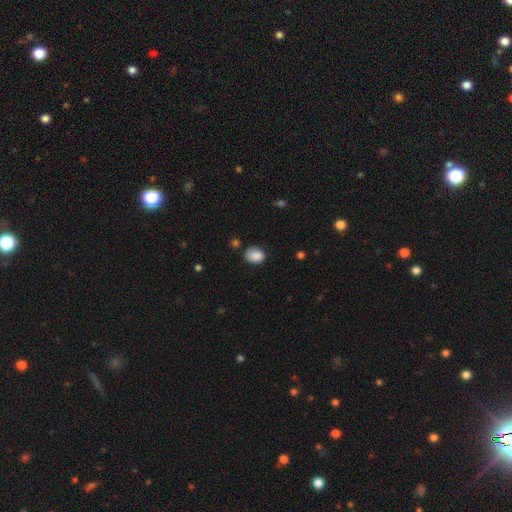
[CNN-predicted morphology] Smooth or featured? Predicted: smooth (p=0.85). How rounded? Predicted: in between (p=0.61). Merging? Predicted: none (p=0.66).